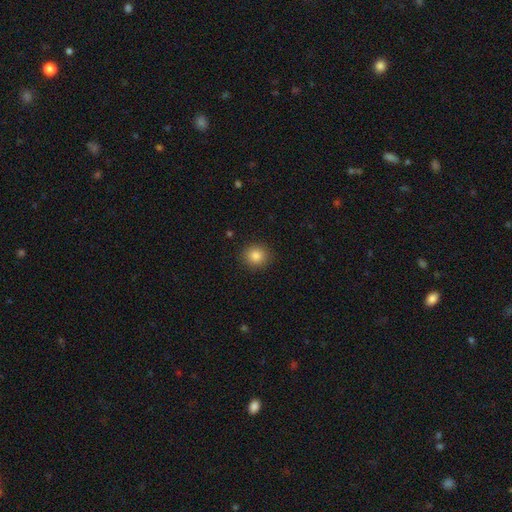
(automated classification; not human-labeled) smooth 84%, star or artifact 11%, featured or disk 5%. Down the decision tree: how rounded — round (88%); merging — none (91%).